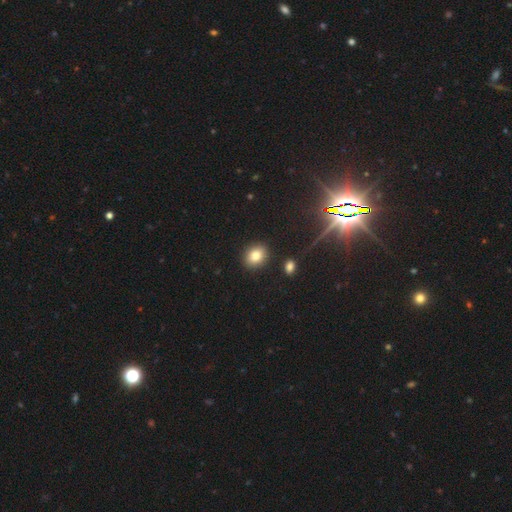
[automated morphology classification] A smooth galaxy with no disk features (80%) that is round (56%).

Vote fractions:
- Smooth or featured? smooth: 80% / star or artifact: 11% / featured or disk: 8%
- How rounded? round: 56% / in between: 43% / cigar-shaped: 1%
- Merging? none: 88% / minor disturbance: 7% / merger: 3% / major disturbance: 2%